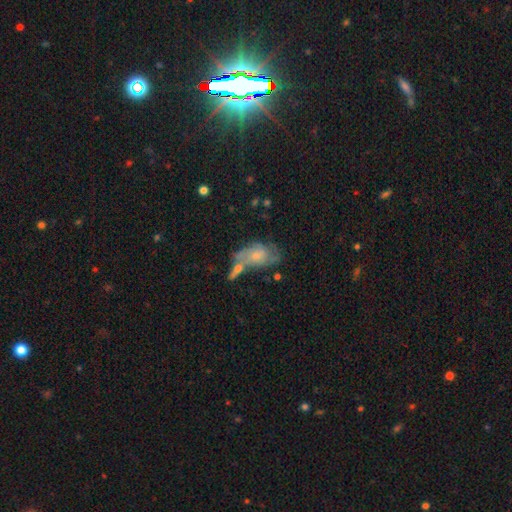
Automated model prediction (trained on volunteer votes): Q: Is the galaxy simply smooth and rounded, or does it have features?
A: featured or disk — 52%.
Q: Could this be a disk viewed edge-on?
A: no — 94%.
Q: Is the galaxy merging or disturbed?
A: none — 32%.